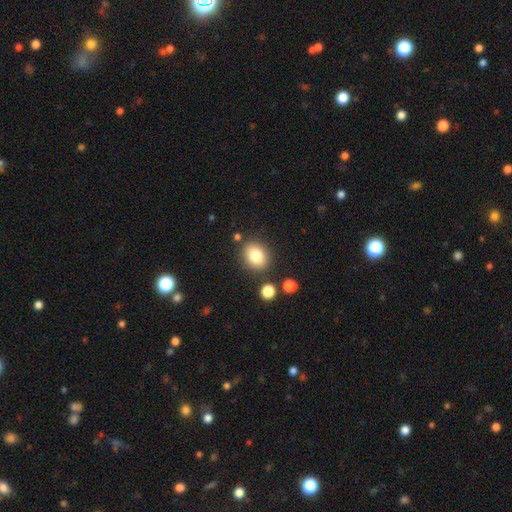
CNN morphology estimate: Q: Smooth or featured?
A: smooth (81%); runner-up: star or artifact (10%)
Q: How rounded?
A: round (60%); runner-up: in between (39%)
Q: Merging?
A: none (83%); runner-up: minor disturbance (9%)